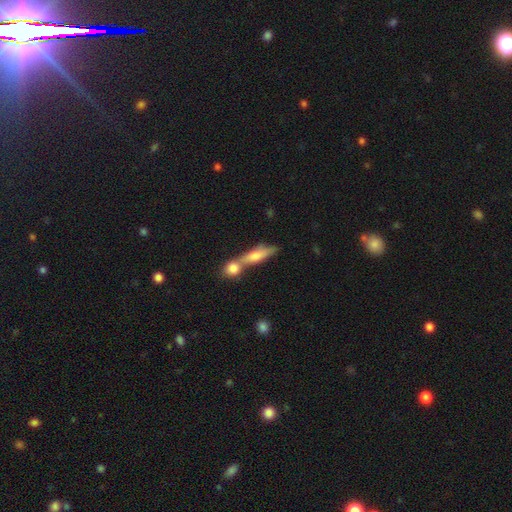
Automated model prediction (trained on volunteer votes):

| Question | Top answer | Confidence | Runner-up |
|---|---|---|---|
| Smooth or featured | smooth | 65% | featured or disk (28%) |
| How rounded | cigar-shaped | 58% | in between (35%) |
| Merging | merger | 52% | none (35%) |